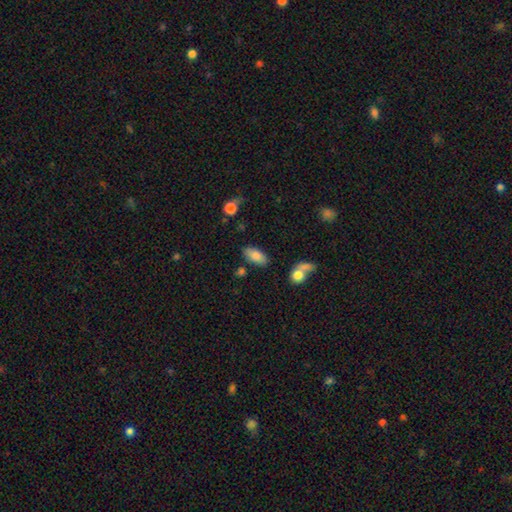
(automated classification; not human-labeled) This is clearly a smooth galaxy (82%). How rounded: clearly in between (88%). Merging: likely none (78%).